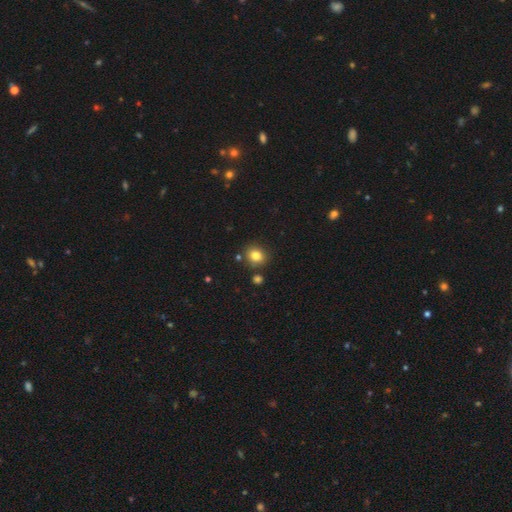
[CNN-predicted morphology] Smooth or featured? smooth (81%)
How rounded? round (75%)
Merging? none (81%)